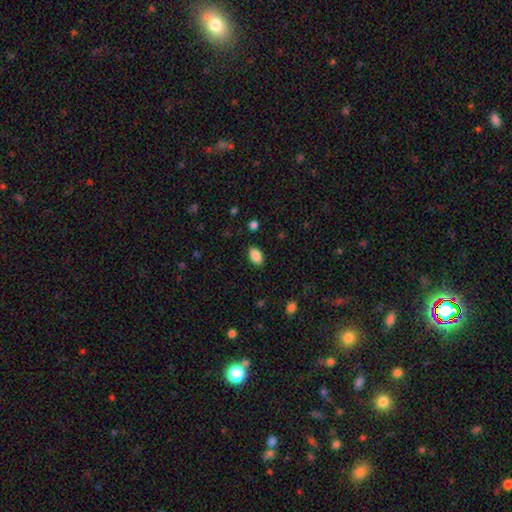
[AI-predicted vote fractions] smooth_or_featured: smooth (p=0.88) [alt: star or artifact p=0.08]
how_rounded: in between (p=0.92) [alt: round p=0.06]
merging: none (p=0.88) [alt: minor disturbance p=0.09]